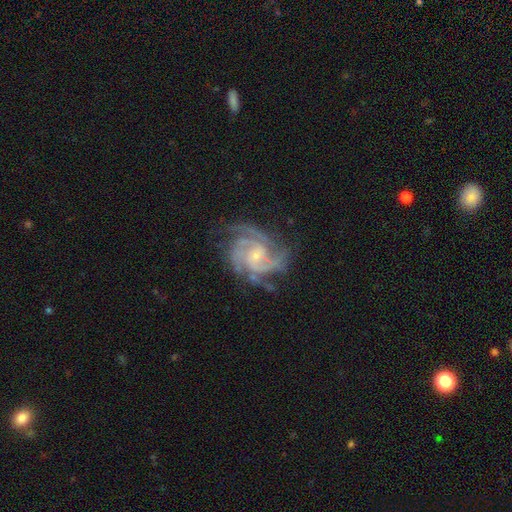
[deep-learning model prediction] A featured or disk galaxy (91%) with no bar (62%), 3 (42%) tight (57%) spiral arms (98%) and a small central bulge (68%).

Vote fractions:
- Smooth or featured? featured or disk: 91% / star or artifact: 5% / smooth: 4%
- Edge-on disk? no: 98% / yes: 2%
- Bar? no: 62% / weak: 31% / strong: 7%
- Spiral arms? yes: 98% / no: 2%
- Spiral winding? tight: 57% / medium: 38% / loose: 5%
- Spiral arm count? 3: 42% / 4: 23% / 2: 14% / can't tell: 10% / more than 4: 5% / 1: 5%
- Bulge size? small: 68% / moderate: 26% / none: 4% / large: 1% / dominant: 1%
- Merging? none: 71% / minor disturbance: 19% / major disturbance: 8% / merger: 2%